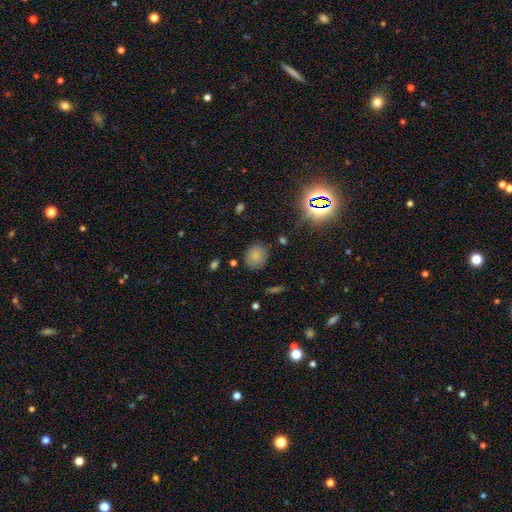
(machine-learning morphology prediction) type=smooth (79%); roundness=round (67%); merging=none (80%).